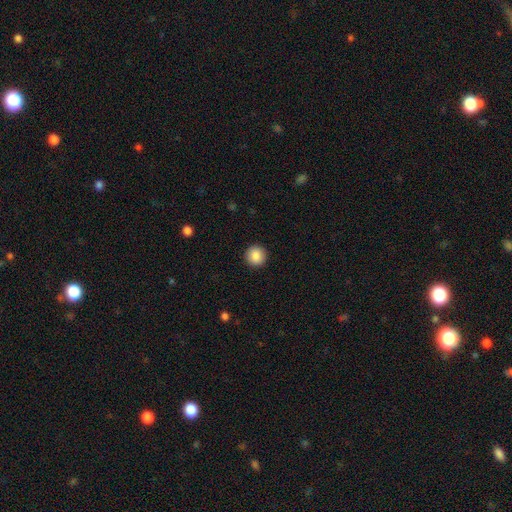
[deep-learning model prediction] Smooth or featured? smooth (89%)
How rounded? round (95%)
Merging? none (93%)